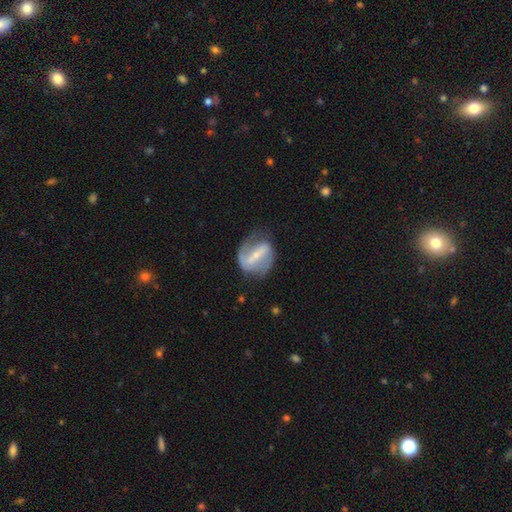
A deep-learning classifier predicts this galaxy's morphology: Smooth or featured?
  - featured or disk: 82% *
  - smooth: 12%
  - star or artifact: 5%
Edge-on disk?
  - no: 96% *
  - yes: 4%
Bar?
  - strong: 67% *
  - weak: 24%
  - no: 9%
Spiral arms?
  - yes: 86% *
  - no: 14%
Spiral winding?
  - medium: 46% *
  - loose: 28%
  - tight: 26%
Spiral arm count?
  - 2: 82% *
  - can't tell: 7%
  - 1: 7%
  - 3: 1%
  - 4: 1%
  - more than 4: 1%
Bulge size?
  - small: 66% *
  - moderate: 28%
  - none: 3%
  - large: 2%
  - dominant: 1%
Merging?
  - none: 67% *
  - minor disturbance: 19%
  - major disturbance: 12%
  - merger: 2%